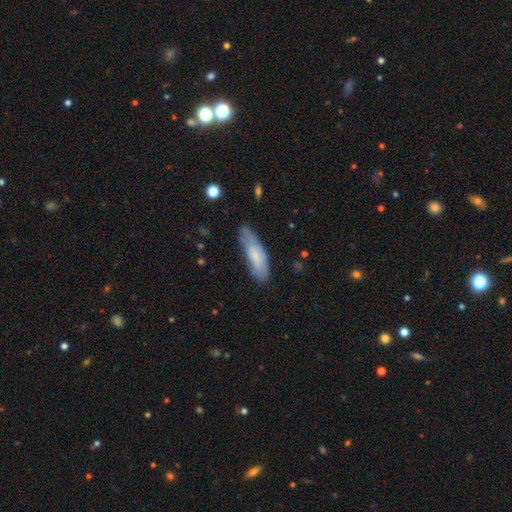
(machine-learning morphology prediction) Smooth or featured? Predicted: smooth (p=0.62). How rounded? Predicted: in between (p=0.50). Merging? Predicted: none (p=0.62).